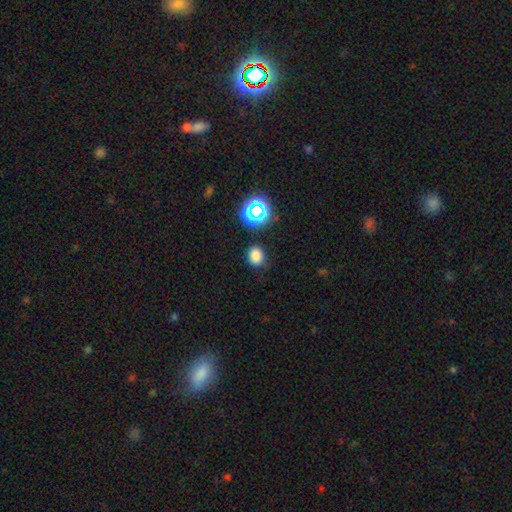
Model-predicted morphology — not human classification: Smooth or featured? smooth (77%)
How rounded? round (63%)
Merging? none (81%)